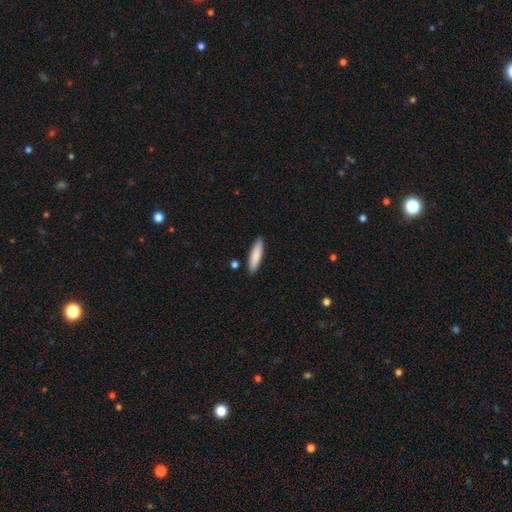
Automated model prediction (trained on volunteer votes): Smooth or featured?
  - smooth: 84% *
  - featured or disk: 10%
  - star or artifact: 6%
How rounded?
  - cigar-shaped: 79% *
  - in between: 20%
  - round: 1%
Merging?
  - none: 88% *
  - minor disturbance: 8%
  - merger: 2%
  - major disturbance: 2%